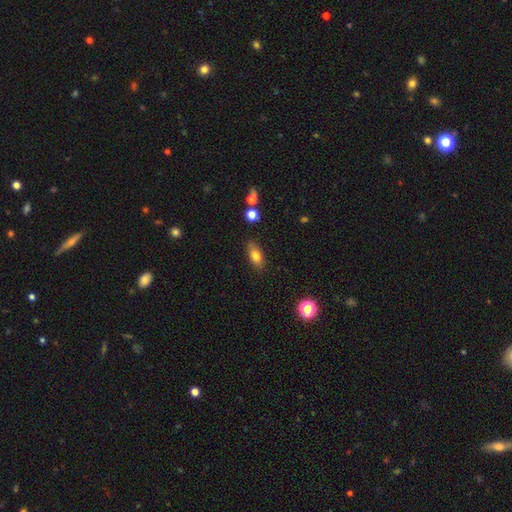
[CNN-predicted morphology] smooth 78%, featured or disk 13%, star or artifact 9%. Down the decision tree: how rounded — in between (82%); merging — none (82%).